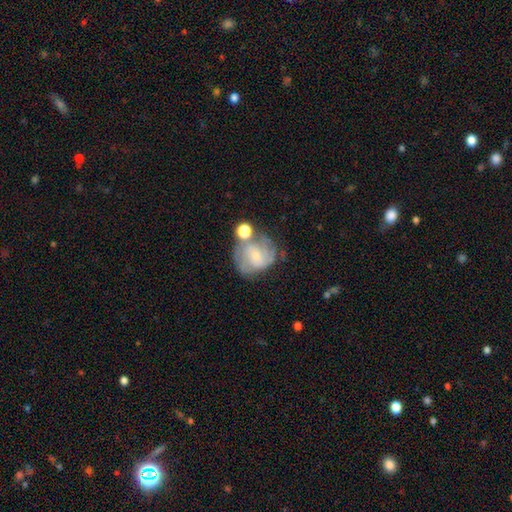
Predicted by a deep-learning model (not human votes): This is likely a featured or disk galaxy (64%). It is clearly not viewed edge-on (97%). Bar: possibly no (57%). Spiral arm pattern: clearly yes (85%). Spiral arm count: marginally can't tell (34%). Spiral winding: marginally tight (42%). Central bulge: likely small (64%). Merging: possibly none (47%).